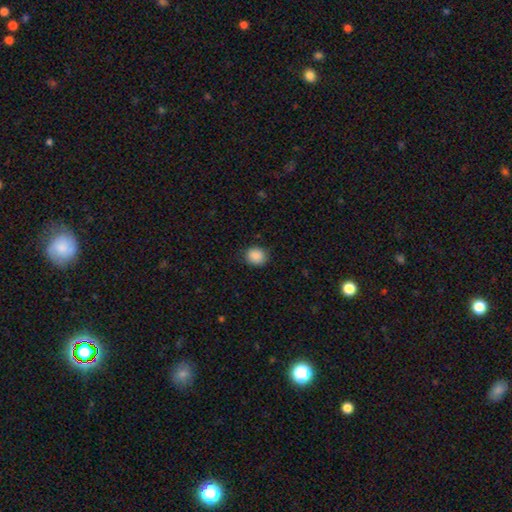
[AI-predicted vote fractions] Smooth or featured? smooth (89%)
How rounded? round (72%)
Merging? none (84%)